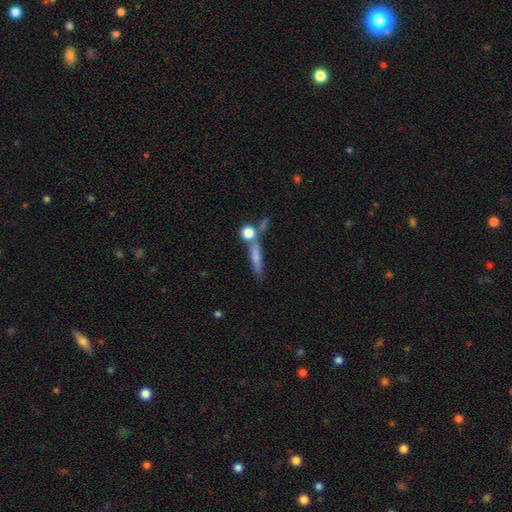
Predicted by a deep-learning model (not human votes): Q: Smooth or featured?
A: smooth (66%); runner-up: featured or disk (24%)
Q: How rounded?
A: cigar-shaped (70%); runner-up: in between (19%)
Q: Merging?
A: none (53%); runner-up: merger (27%)